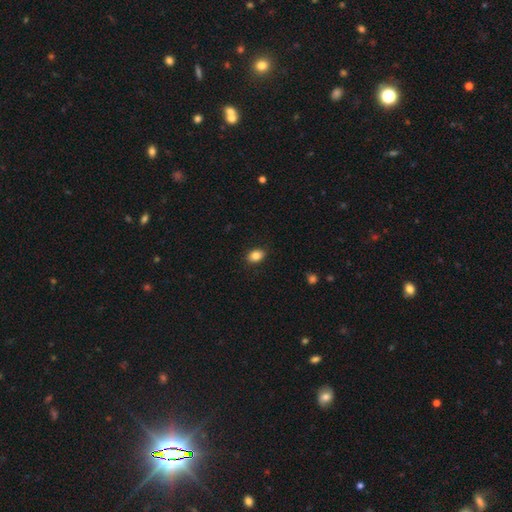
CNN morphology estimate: A smooth galaxy with no disk features (85%) that is in between round and cigar-shaped (74%). Merging: none (88%).